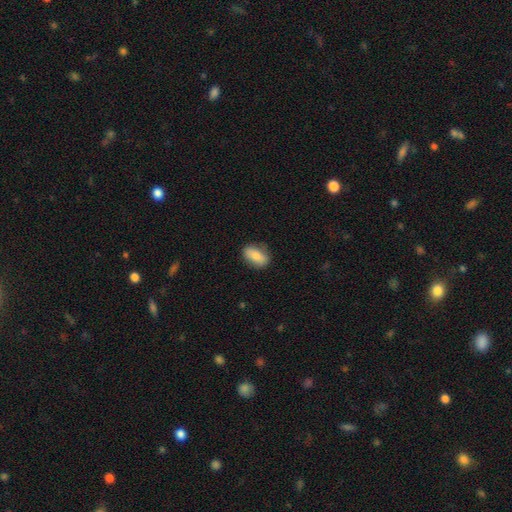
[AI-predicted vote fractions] smooth 78%, featured or disk 15%, star or artifact 7%. Down the decision tree: how rounded — in between (84%); merging — none (80%).